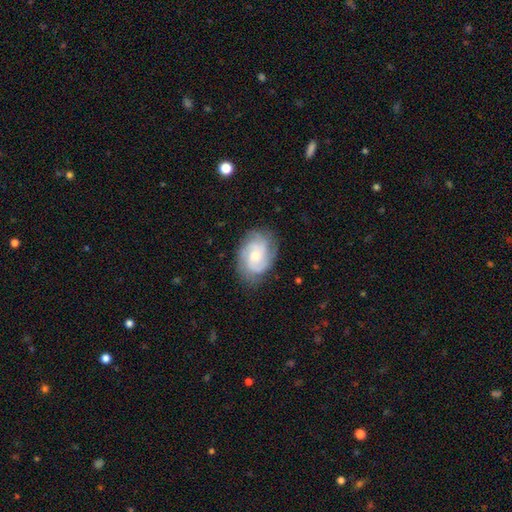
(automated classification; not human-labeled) Smooth or featured: featured or disk — 81% (smooth — 13%)
Edge-on disk: no — 97% (yes — 3%)
Bar: no — 67% (weak — 29%)
Spiral arms: yes — 96% (no — 4%)
Spiral winding: tight — 52% (medium — 39%)
Spiral arm count: 3 — 39% (can't tell — 20%)
Bulge size: moderate — 48% (small — 45%)
Merging: none — 77% (minor disturbance — 16%)